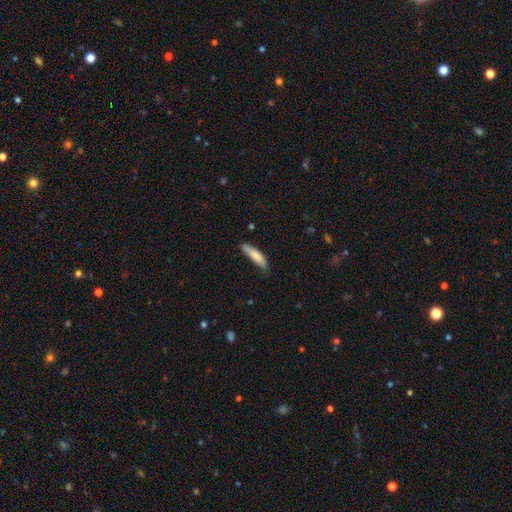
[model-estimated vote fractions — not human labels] smooth 81%, featured or disk 13%, star or artifact 6%. Down the decision tree: how rounded — cigar-shaped (70%); merging — none (63%).